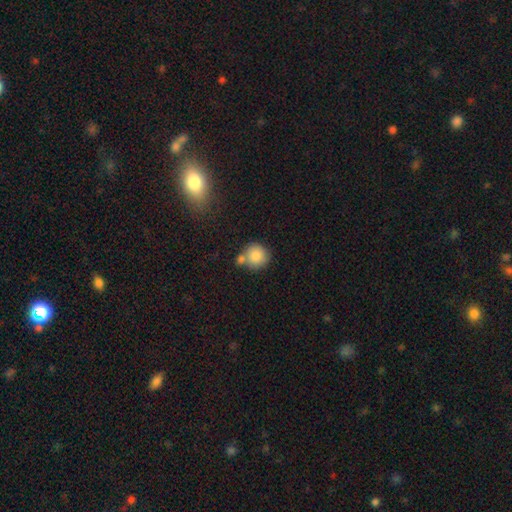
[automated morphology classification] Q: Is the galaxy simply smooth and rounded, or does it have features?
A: smooth — 85%.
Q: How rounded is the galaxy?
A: round — 91%.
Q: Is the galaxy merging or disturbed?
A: none — 57%.